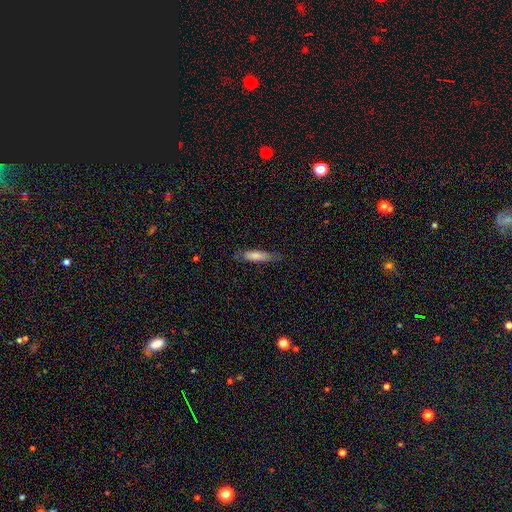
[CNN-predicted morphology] This appears to be a smooth galaxy with no disk features (71%) that is cigar-shaped (69%). Merging: none (71%).